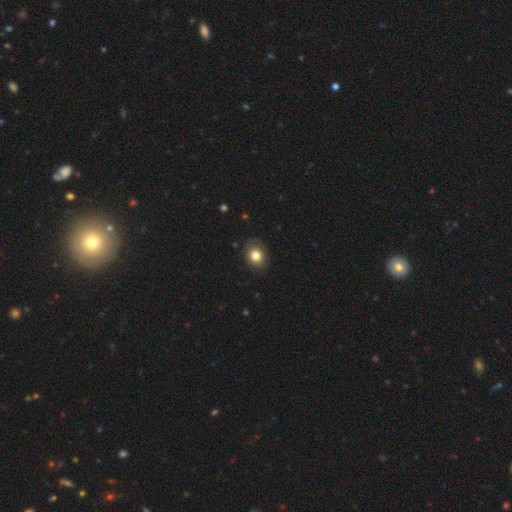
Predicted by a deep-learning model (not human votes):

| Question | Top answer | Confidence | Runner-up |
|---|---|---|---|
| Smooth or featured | smooth | 81% | star or artifact (10%) |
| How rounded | in between | 54% | round (46%) |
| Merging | none | 84% | minor disturbance (12%) |